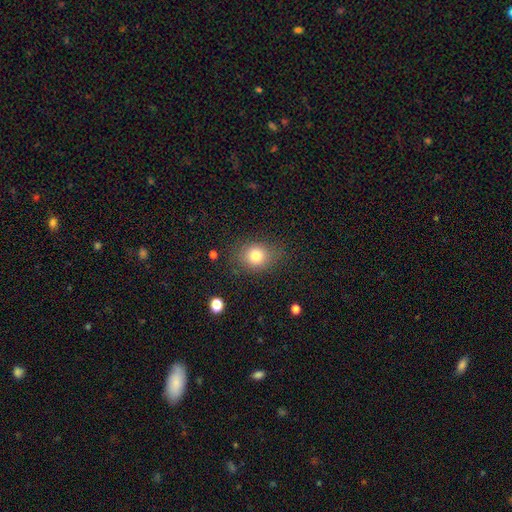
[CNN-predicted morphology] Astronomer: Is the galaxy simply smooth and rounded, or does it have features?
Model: smooth — 78%.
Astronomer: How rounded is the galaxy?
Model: round — 55% (runner-up: in between, 44%).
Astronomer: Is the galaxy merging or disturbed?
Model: none — 76%.